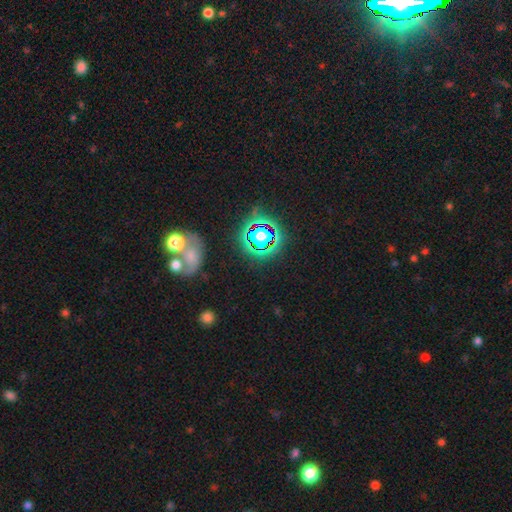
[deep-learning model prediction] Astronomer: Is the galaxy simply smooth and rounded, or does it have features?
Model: star or artifact — 73%.